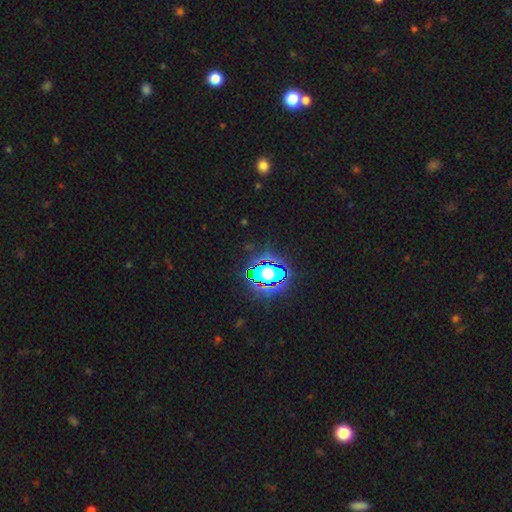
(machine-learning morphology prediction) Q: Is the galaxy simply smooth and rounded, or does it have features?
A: star or artifact — 80%.